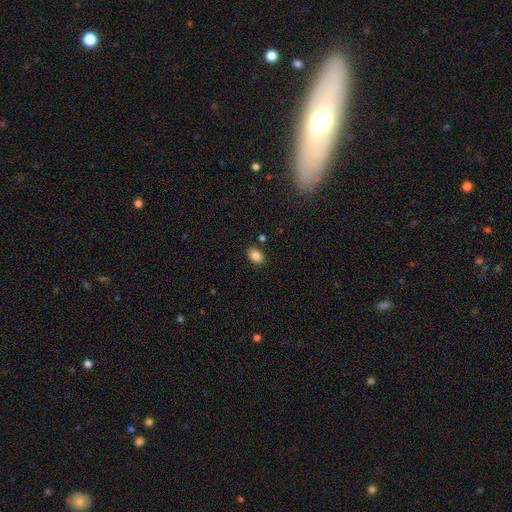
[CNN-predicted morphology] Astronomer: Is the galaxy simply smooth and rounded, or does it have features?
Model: smooth — 85%.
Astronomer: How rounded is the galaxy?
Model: in between — 80%.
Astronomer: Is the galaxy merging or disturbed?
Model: none — 84%.